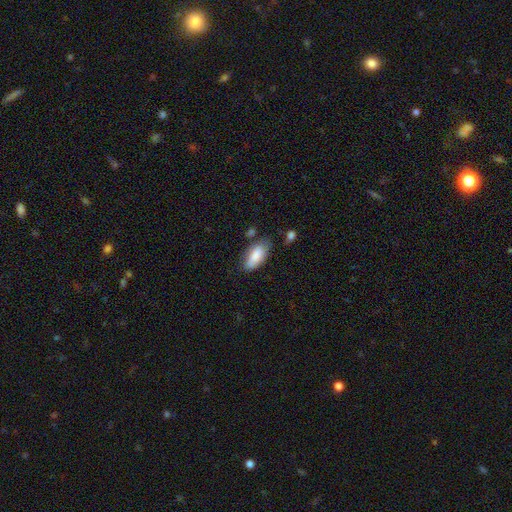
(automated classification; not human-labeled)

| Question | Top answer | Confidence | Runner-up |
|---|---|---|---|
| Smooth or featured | smooth | 82% | featured or disk (12%) |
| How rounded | in between | 87% | cigar-shaped (11%) |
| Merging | none | 62% | minor disturbance (26%) |